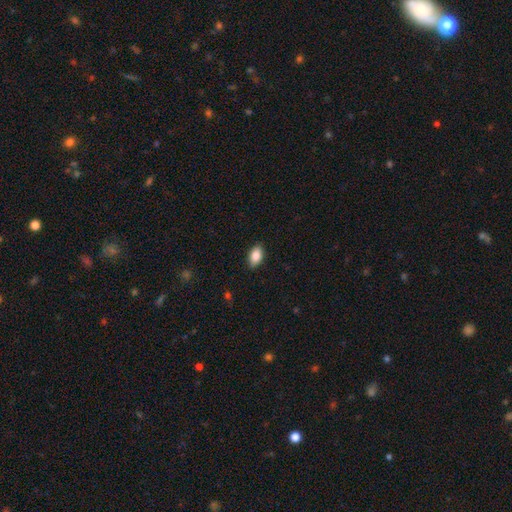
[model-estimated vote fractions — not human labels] A smooth galaxy with no disk features (86%) that is in between round and cigar-shaped (92%).

Vote fractions:
- Smooth or featured? smooth: 86% / star or artifact: 7% / featured or disk: 7%
- How rounded? in between: 92% / round: 6% / cigar-shaped: 2%
- Merging? none: 87% / minor disturbance: 10% / major disturbance: 2% / merger: 1%